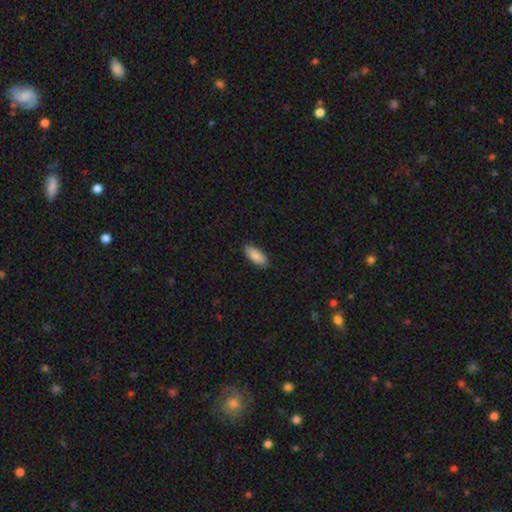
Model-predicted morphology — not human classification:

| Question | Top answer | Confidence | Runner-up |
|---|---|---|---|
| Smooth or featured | smooth | 89% | star or artifact (6%) |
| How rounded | in between | 81% | cigar-shaped (18%) |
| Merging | none | 87% | minor disturbance (10%) |